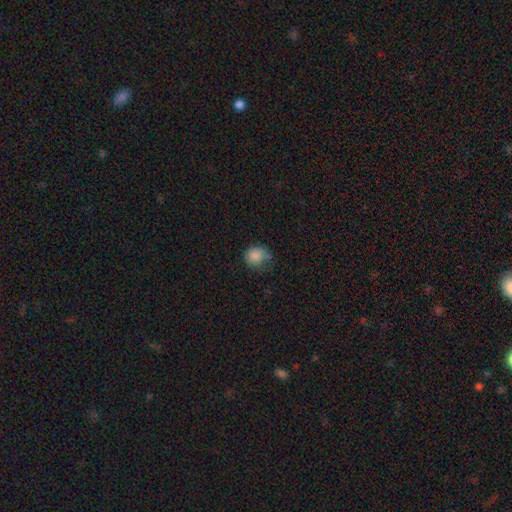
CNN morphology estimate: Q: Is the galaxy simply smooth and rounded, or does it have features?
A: smooth — 84%.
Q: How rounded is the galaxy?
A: round — 68%.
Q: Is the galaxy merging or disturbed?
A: none — 50%.